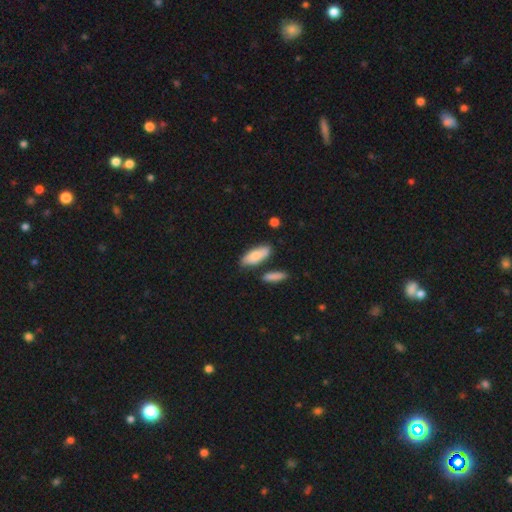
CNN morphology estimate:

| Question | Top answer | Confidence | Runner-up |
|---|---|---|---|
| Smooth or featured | smooth | 80% | featured or disk (14%) |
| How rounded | in between | 73% | cigar-shaped (25%) |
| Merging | none | 71% | minor disturbance (16%) |